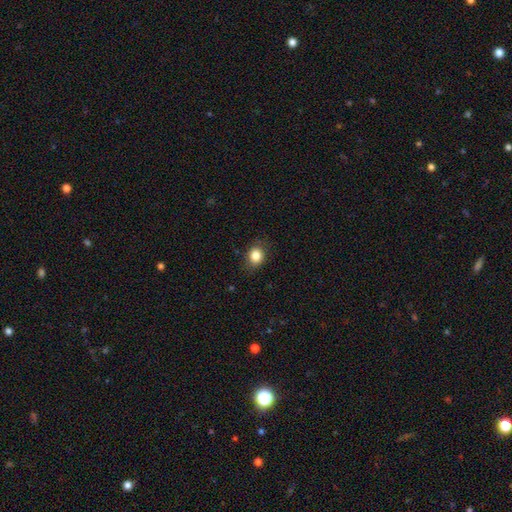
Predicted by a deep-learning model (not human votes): smooth_or_featured: smooth (p=0.84) [alt: star or artifact p=0.10]
how_rounded: round (p=0.59) [alt: in between p=0.40]
merging: none (p=0.82) [alt: minor disturbance p=0.14]